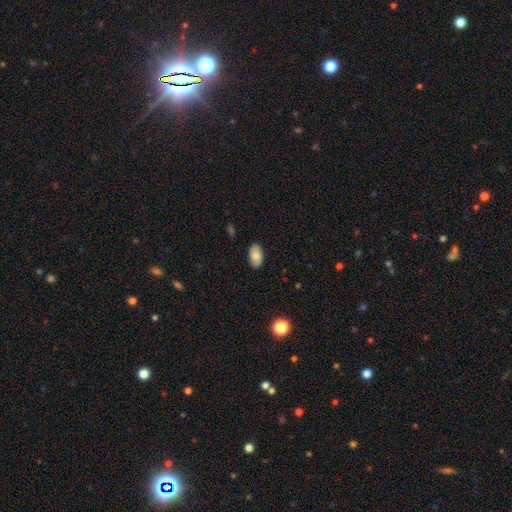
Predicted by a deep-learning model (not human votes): Morphology: type=smooth (85%); roundness=in between (95%); merging=none (88%).